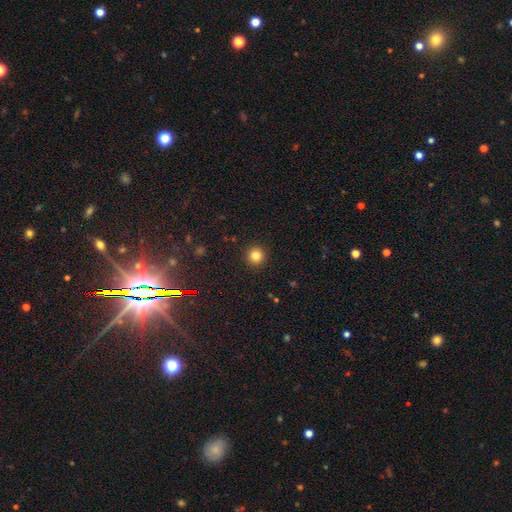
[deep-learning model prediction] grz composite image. It shows a smooth galaxy with no disk features (82%) that is round (95%). Merging: none (93%).